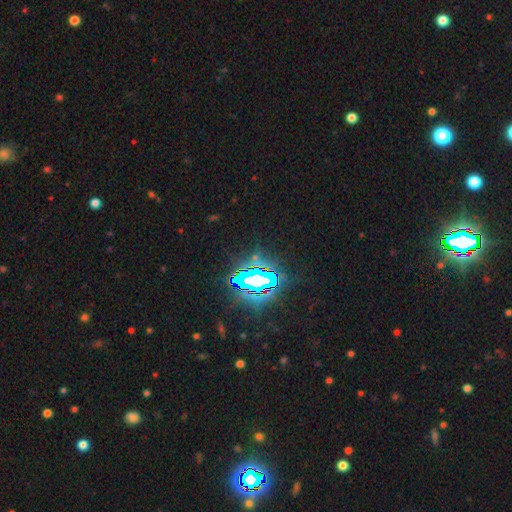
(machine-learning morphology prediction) type=star or artifact (83%).